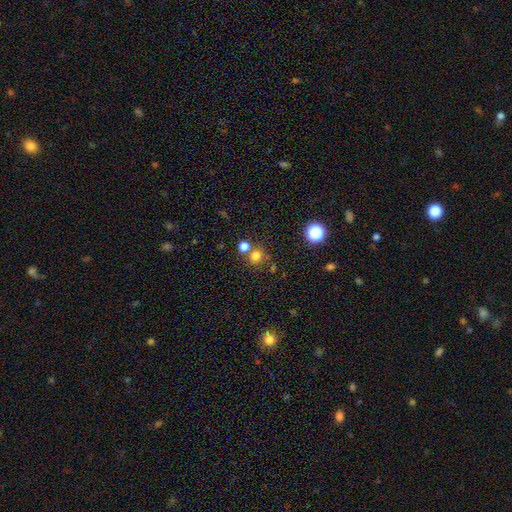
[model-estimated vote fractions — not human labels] Overall: smooth (74%). How rounded: round (89%). Merging: none (66%).